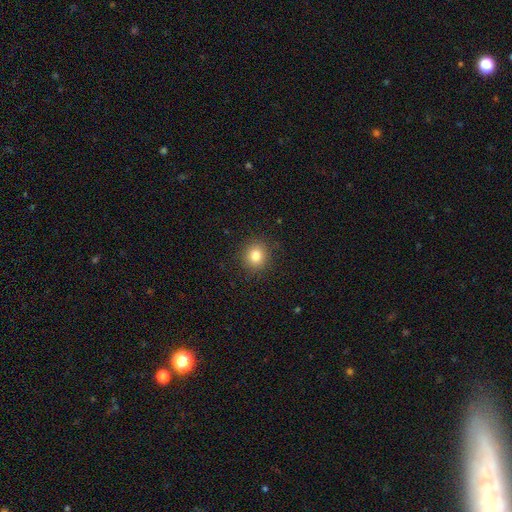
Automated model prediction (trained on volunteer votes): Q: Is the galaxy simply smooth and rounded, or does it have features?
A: smooth — 82%.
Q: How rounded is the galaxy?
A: round — 86%.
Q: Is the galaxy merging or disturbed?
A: none — 90%.